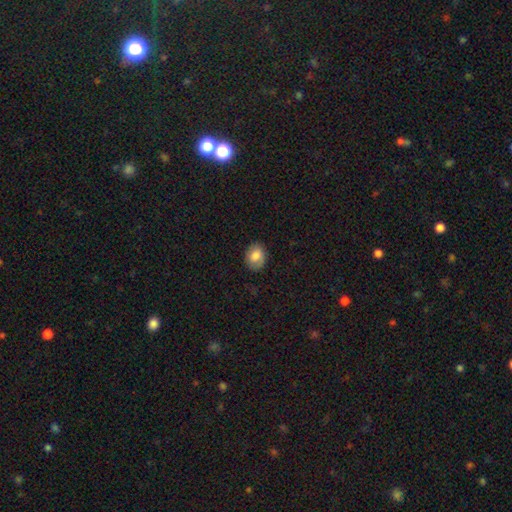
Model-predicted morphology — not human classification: smooth 79%, featured or disk 13%, star or artifact 8%. Down the decision tree: how rounded — in between (58%); merging — none (82%).